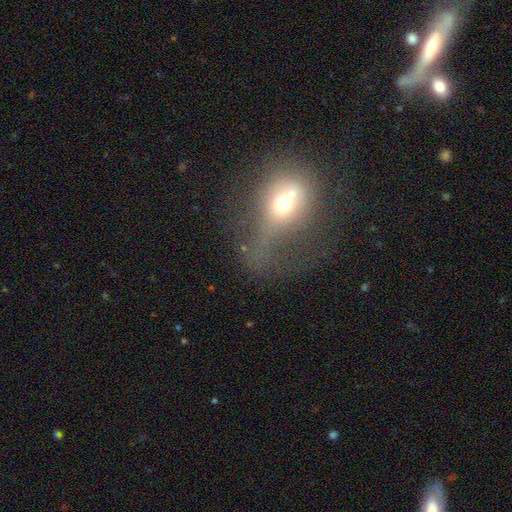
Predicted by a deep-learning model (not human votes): Smooth or featured: smooth — 47% (featured or disk — 35%)
Merging: major disturbance — 46% (none — 19%)